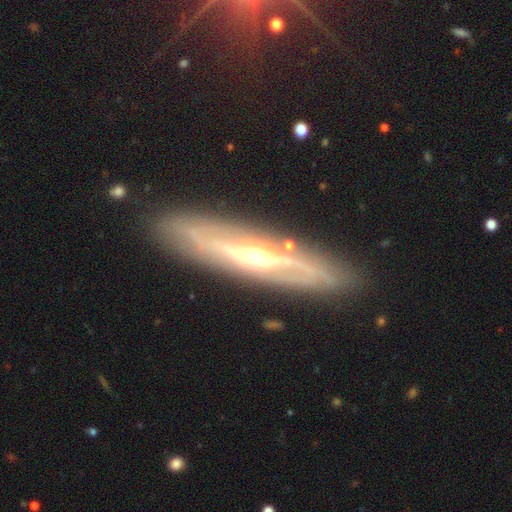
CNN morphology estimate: Q: Smooth or featured?
A: featured or disk (81%); runner-up: smooth (14%)
Q: Edge-on disk?
A: yes (52%); runner-up: no (48%)
Q: Merging?
A: none (85%); runner-up: minor disturbance (10%)